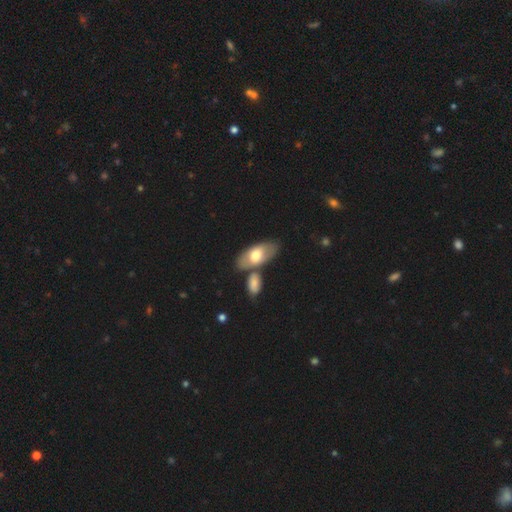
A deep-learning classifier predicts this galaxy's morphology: A smooth galaxy with no disk features (62%) that is in between round and cigar-shaped (89%).

Vote fractions:
- Smooth or featured? smooth: 62% / featured or disk: 33% / star or artifact: 5%
- How rounded? in between: 89% / cigar-shaped: 8% / round: 3%
- Merging? none: 62% / merger: 23% / minor disturbance: 11% / major disturbance: 3%